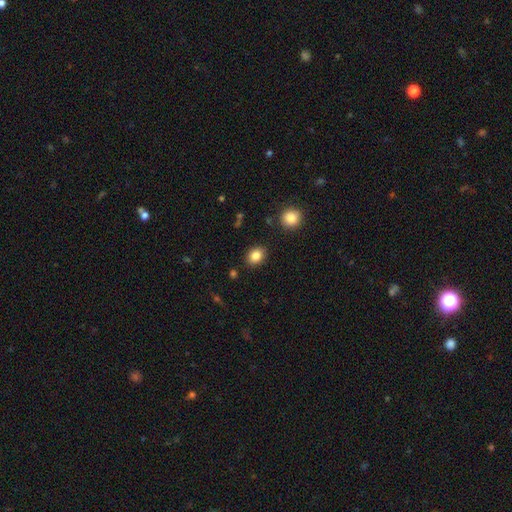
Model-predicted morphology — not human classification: smooth 84%, star or artifact 10%, featured or disk 6%. Down the decision tree: how rounded — in between (57%); merging — none (87%).